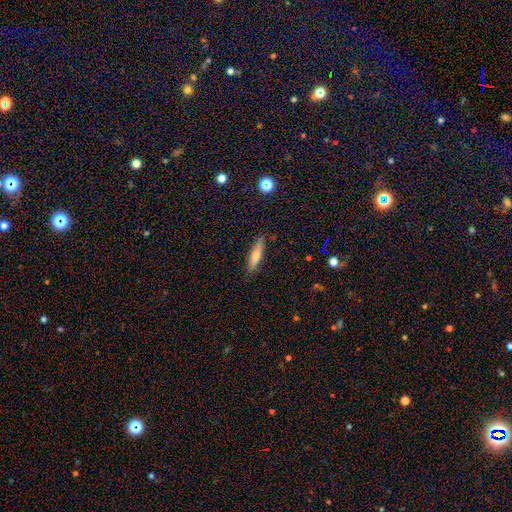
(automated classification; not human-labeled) smooth-or-featured: smooth: 60% | featured or disk: 33% | star or artifact: 7%
  how-rounded: cigar-shaped: 76% | in between: 22% | round: 2%
  merging: none: 85% | minor disturbance: 12% | major disturbance: 2% | merger: 1%